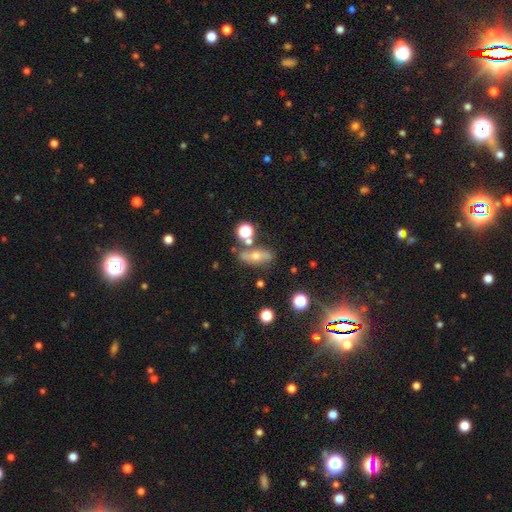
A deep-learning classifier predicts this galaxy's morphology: Smooth or featured? smooth (44%)
Merging? none (68%)